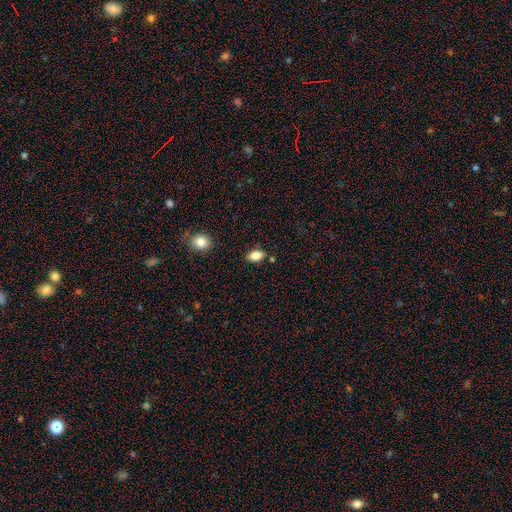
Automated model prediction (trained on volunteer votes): Smooth or featured? Predicted: smooth (p=0.84). How rounded? Predicted: in between (p=0.89). Merging? Predicted: none (p=0.83).